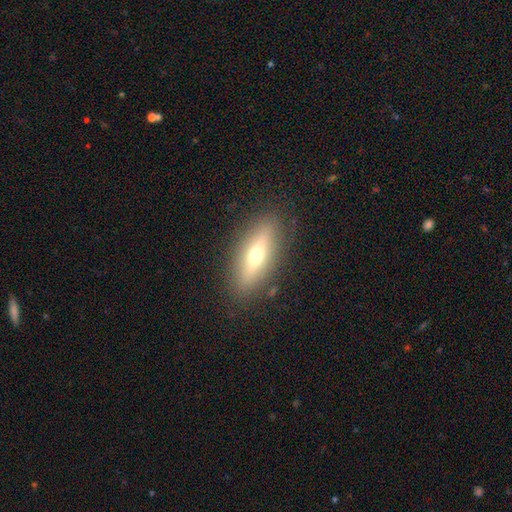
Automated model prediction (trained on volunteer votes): The model was most divided on "smooth or featured" (2-way tie): featured or disk: 46%, smooth: 46%, star or artifact: 8%. More confident: merging — none (87%).